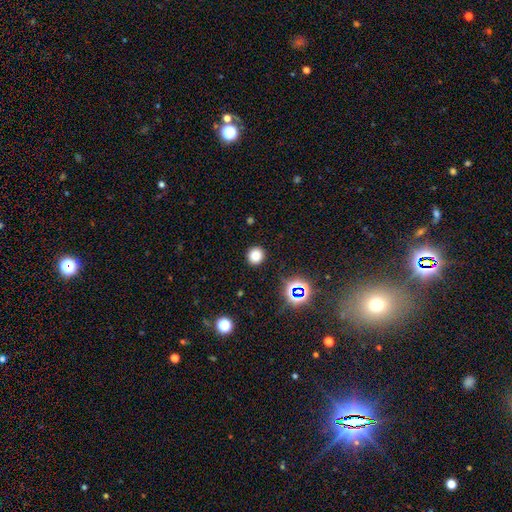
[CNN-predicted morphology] Smooth or featured? smooth (78%)
How rounded? round (91%)
Merging? none (91%)